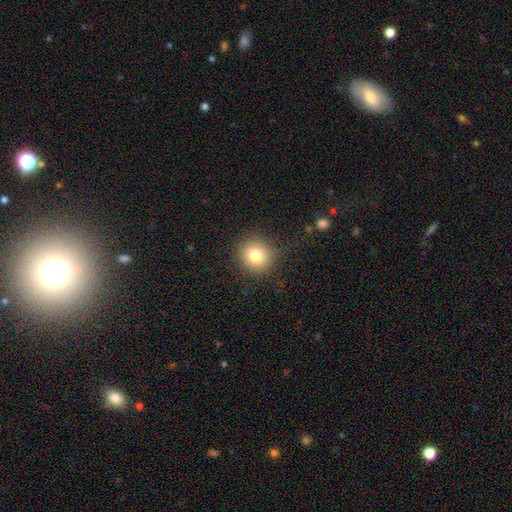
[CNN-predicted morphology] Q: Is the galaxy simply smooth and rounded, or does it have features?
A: smooth — 79%.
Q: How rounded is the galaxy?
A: round — 93%.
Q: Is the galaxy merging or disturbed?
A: none — 87%.